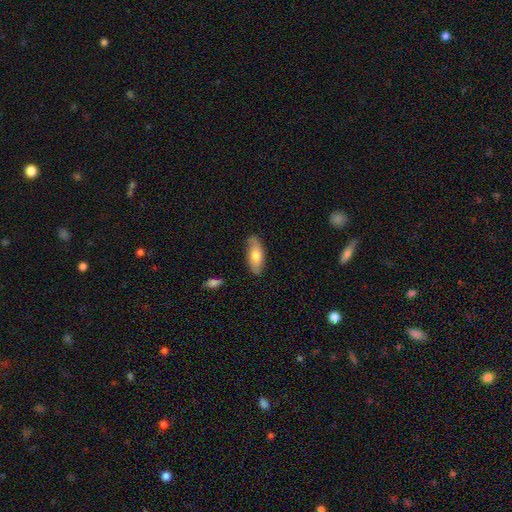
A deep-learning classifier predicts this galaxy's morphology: Q: Smooth or featured?
A: smooth (70%); runner-up: featured or disk (24%)
Q: How rounded?
A: in between (78%); runner-up: cigar-shaped (19%)
Q: Merging?
A: none (82%); runner-up: minor disturbance (14%)